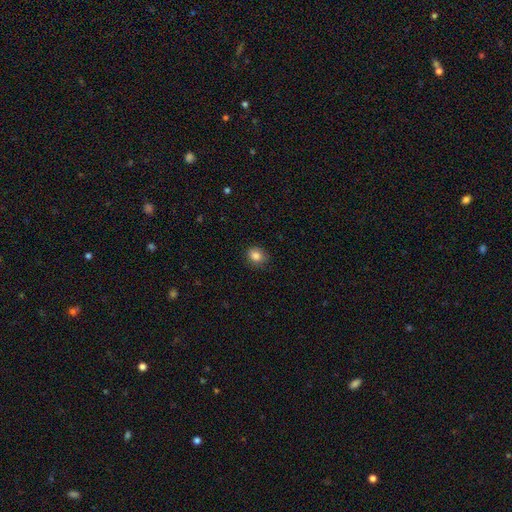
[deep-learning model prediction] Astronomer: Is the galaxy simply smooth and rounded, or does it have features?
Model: smooth — 85%.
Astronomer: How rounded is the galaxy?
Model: round — 71%.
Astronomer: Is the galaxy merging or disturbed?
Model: none — 84%.